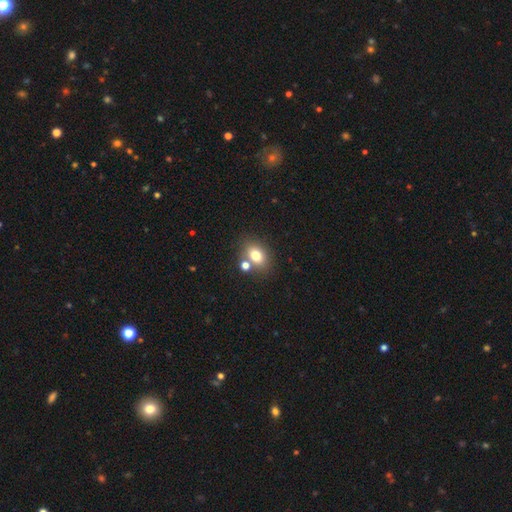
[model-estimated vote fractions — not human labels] Morphology: type=smooth (77%); roundness=in between (65%); merging=none (65%).